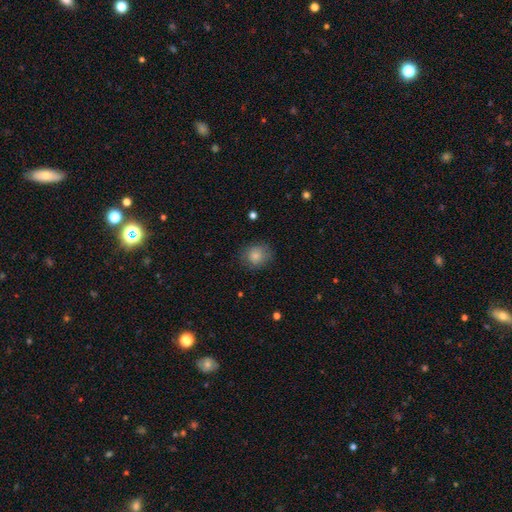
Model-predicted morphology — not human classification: Smooth or featured?
  - smooth: 84% *
  - star or artifact: 9%
  - featured or disk: 7%
How rounded?
  - round: 77% *
  - in between: 22%
  - cigar-shaped: 1%
Merging?
  - none: 77% *
  - minor disturbance: 16%
  - major disturbance: 5%
  - merger: 1%